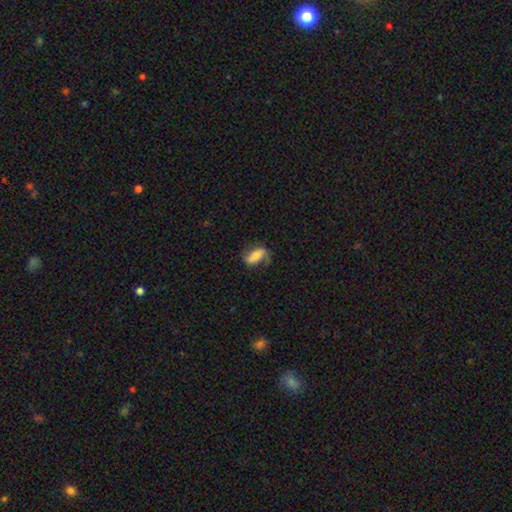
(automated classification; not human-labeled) Smooth or featured: featured or disk — 49% (smooth — 43%)
Merging: none — 63% (minor disturbance — 22%)